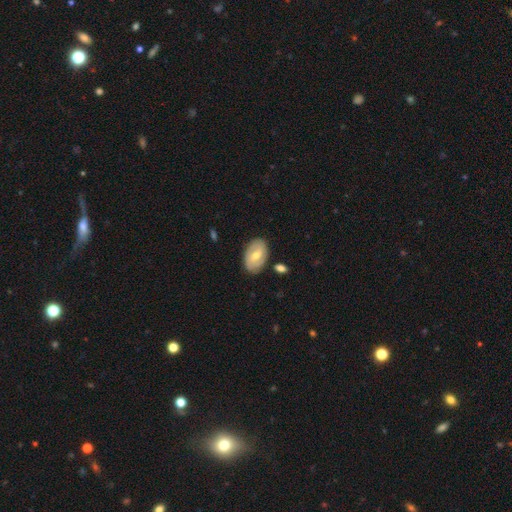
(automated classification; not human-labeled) Smooth or featured?
  - featured or disk: 50% *
  - smooth: 44%
  - star or artifact: 6%
Edge-on disk?
  - no: 93% *
  - yes: 7%
Merging?
  - none: 81% *
  - minor disturbance: 13%
  - merger: 3%
  - major disturbance: 3%